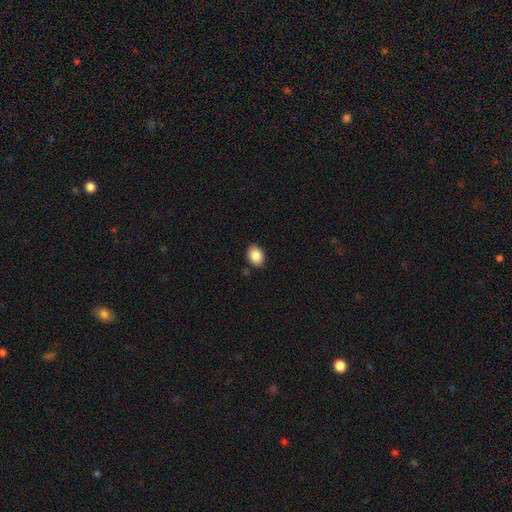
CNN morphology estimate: A smooth galaxy with no disk features (87%) that is in between round and cigar-shaped (70%).

Vote fractions:
- Smooth or featured? smooth: 87% / star or artifact: 8% / featured or disk: 5%
- How rounded? in between: 70% / round: 29% / cigar-shaped: 1%
- Merging? none: 88% / minor disturbance: 8% / major disturbance: 2% / merger: 2%